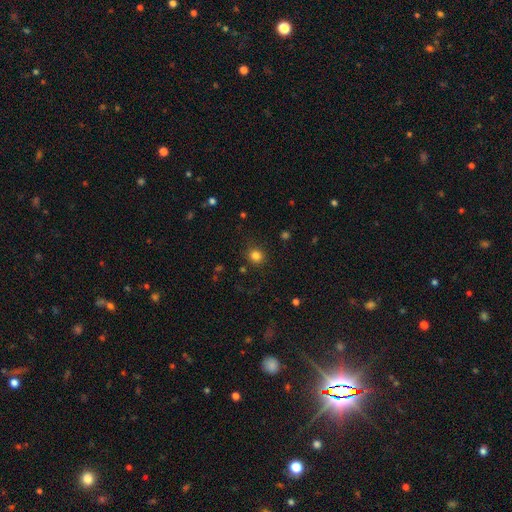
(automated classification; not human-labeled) smooth 82%, star or artifact 13%, featured or disk 4%. Down the decision tree: how rounded — round (90%); merging — none (87%).